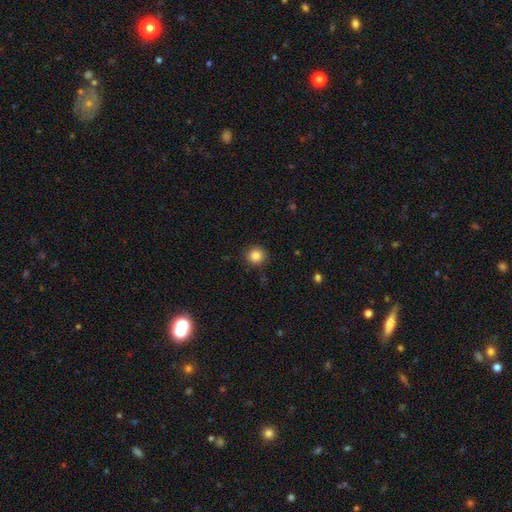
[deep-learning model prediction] Overall: smooth (85%). How rounded: round (92%). Merging: none (88%).